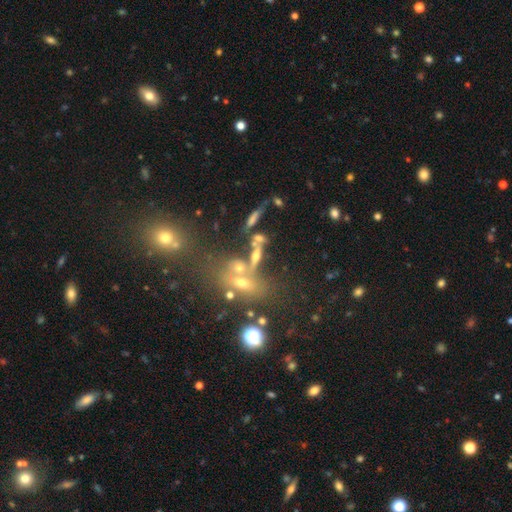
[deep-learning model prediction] Morphology: type=smooth (45%); merging=none (41%).